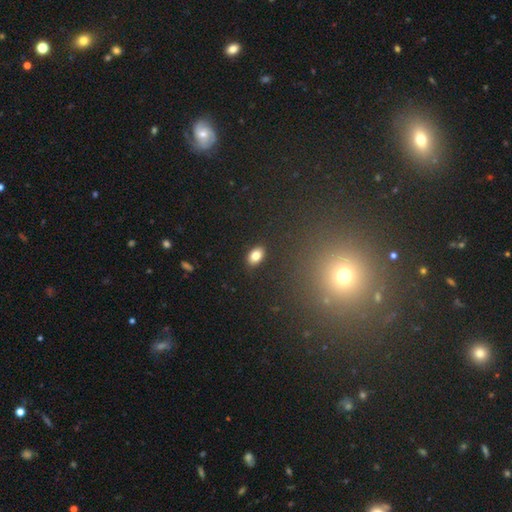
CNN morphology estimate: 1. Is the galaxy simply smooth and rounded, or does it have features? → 83% smooth, 10% star or artifact, 7% featured or disk.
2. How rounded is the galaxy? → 89% in between, 10% round, 2% cigar-shaped.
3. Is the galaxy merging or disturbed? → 89% none, 8% minor disturbance, 2% major disturbance, 1% merger.